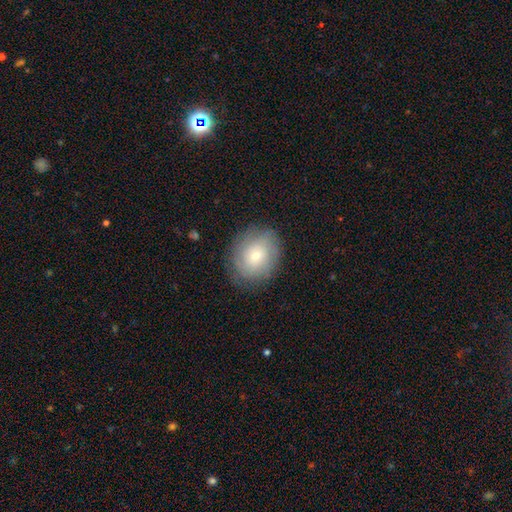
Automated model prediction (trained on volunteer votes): This appears to be a smooth galaxy with no disk features (60%) that is round (58%). Merging: none (81%).